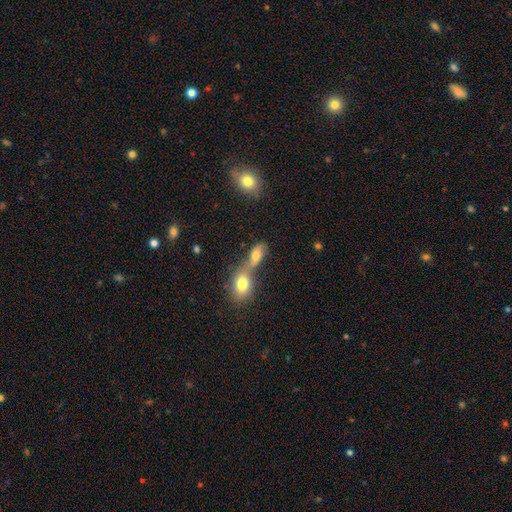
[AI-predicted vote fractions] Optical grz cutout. It shows a smooth galaxy with no disk features (68%) that is in between round and cigar-shaped (80%). Merging: merger (61%).